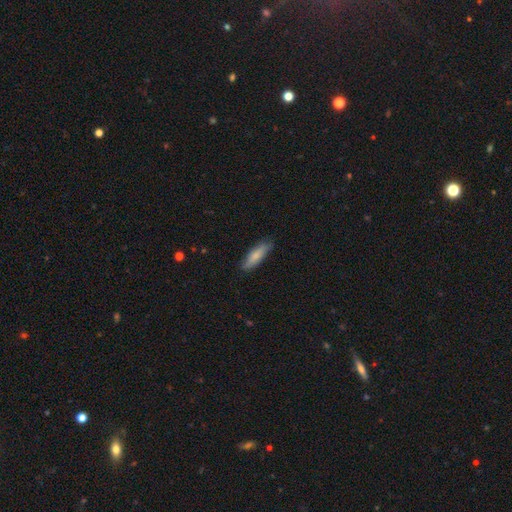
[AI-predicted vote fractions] This appears to be a smooth galaxy with no disk features (79%) that is cigar-shaped (56%). Merging: none (81%).